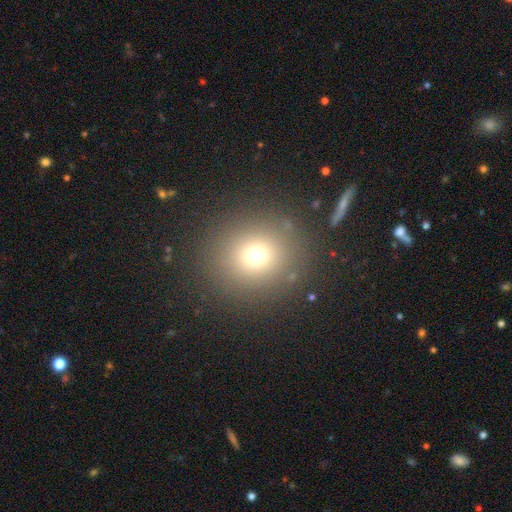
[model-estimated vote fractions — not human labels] smooth 70%, star or artifact 19%, featured or disk 10%. Down the decision tree: how rounded — round (87%); merging — none (86%).